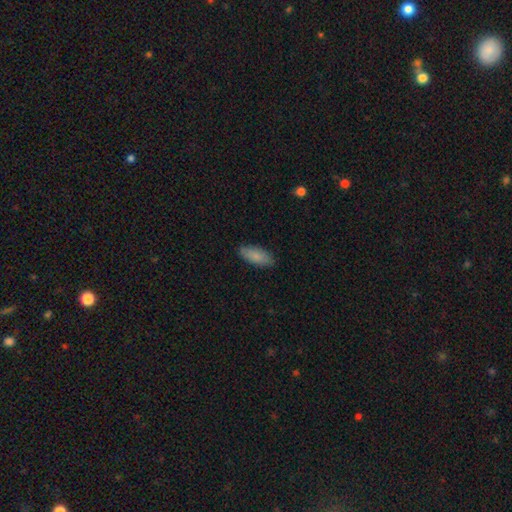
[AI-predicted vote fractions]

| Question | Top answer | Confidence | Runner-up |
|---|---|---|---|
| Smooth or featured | smooth | 86% | featured or disk (8%) |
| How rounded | in between | 79% | cigar-shaped (19%) |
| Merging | none | 85% | minor disturbance (12%) |